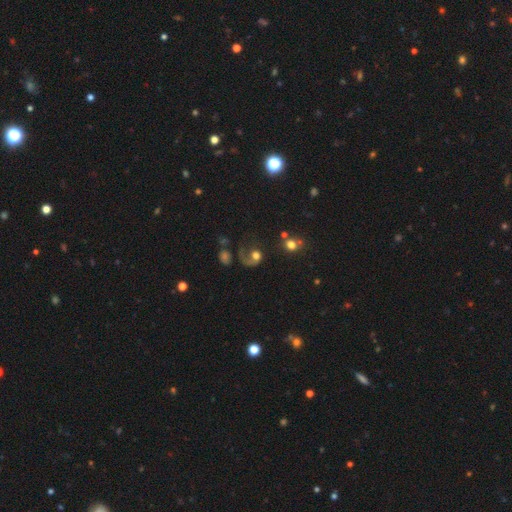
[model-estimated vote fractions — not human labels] Q: Smooth or featured?
A: smooth (44%); tied with: featured or disk (44%)
Q: Merging?
A: major disturbance (50%); runner-up: none (26%)